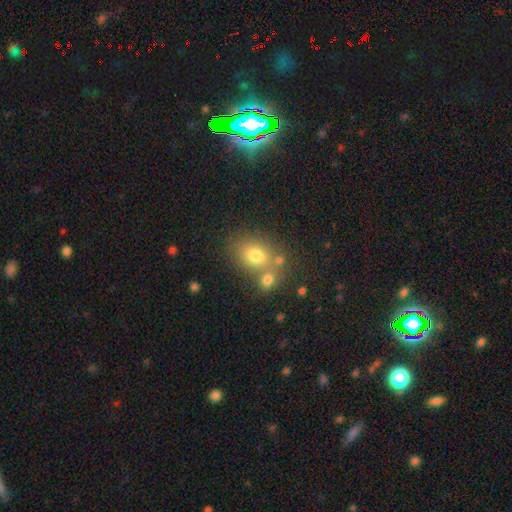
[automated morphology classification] smooth-or-featured: smooth: 74% | star or artifact: 13% | featured or disk: 13%
  how-rounded: in between: 53% | round: 46% | cigar-shaped: 1%
  merging: none: 58% | merger: 26% | minor disturbance: 12% | major disturbance: 4%